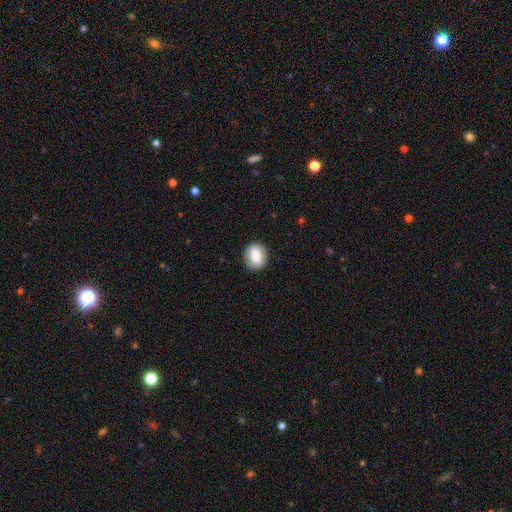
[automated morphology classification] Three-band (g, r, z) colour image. It shows a smooth galaxy with no disk features (76%) that is round (65%). Merging: none (88%).